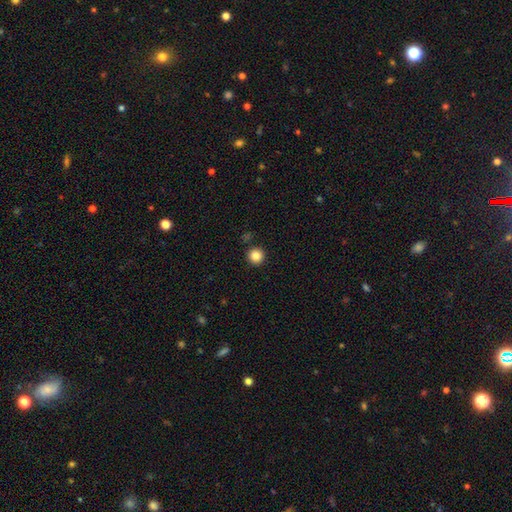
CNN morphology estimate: A smooth galaxy with no disk features (86%) that is round (96%).

Vote fractions:
- Smooth or featured? smooth: 86% / star or artifact: 10% / featured or disk: 4%
- How rounded? round: 96% / in between: 3% / cigar-shaped: 1%
- Merging? none: 92% / minor disturbance: 5% / merger: 2% / major disturbance: 2%